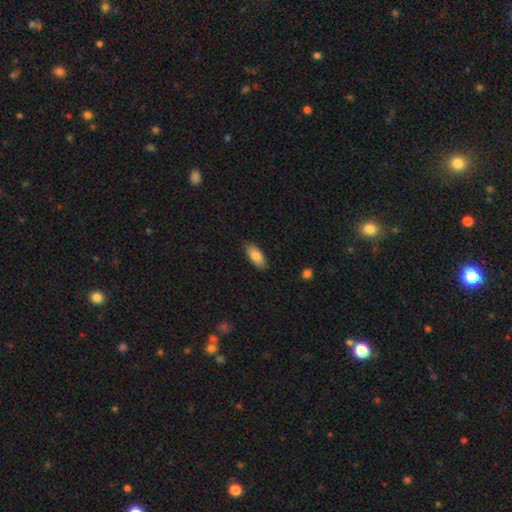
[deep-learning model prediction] Smooth or featured? Predicted: smooth (p=0.84). How rounded? Predicted: in between (p=0.85). Merging? Predicted: none (p=0.84).